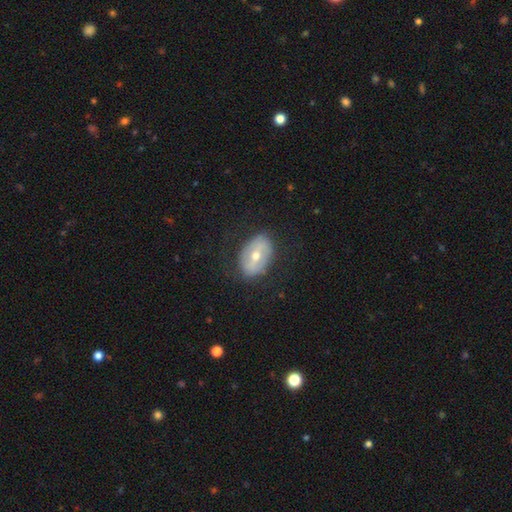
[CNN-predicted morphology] The model was most divided on "smooth or featured": featured or disk: 55%, smooth: 37%, star or artifact: 8%. More confident: edge-on disk — no (90%); merging — none (80%).